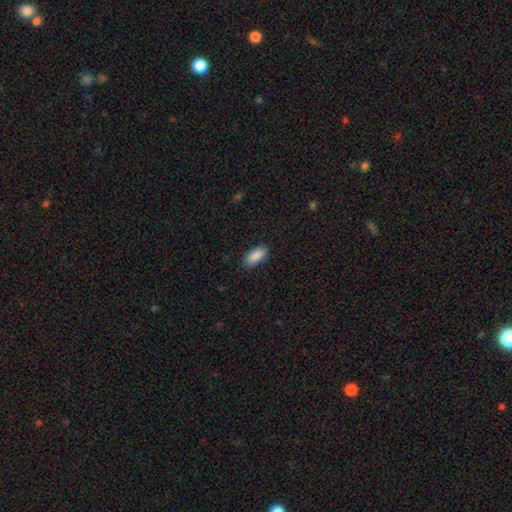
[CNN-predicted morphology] Smooth or featured?
  - smooth: 90% *
  - star or artifact: 6%
  - featured or disk: 4%
How rounded?
  - in between: 89% *
  - cigar-shaped: 9%
  - round: 2%
Merging?
  - none: 88% *
  - minor disturbance: 9%
  - major disturbance: 2%
  - merger: 1%